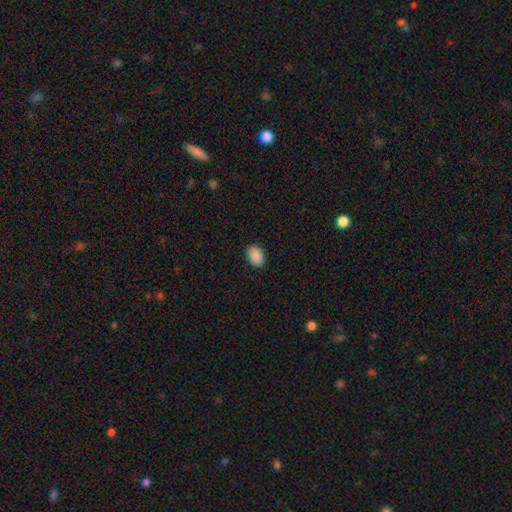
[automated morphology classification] Smooth or featured: smooth — 90% (star or artifact — 8%)
How rounded: in between — 84% (round — 15%)
Merging: none — 89% (minor disturbance — 8%)